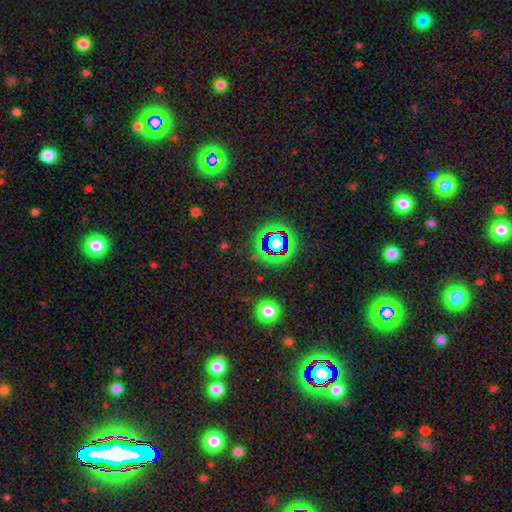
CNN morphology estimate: This is likely a star or artifact rather than a galaxy (71%).